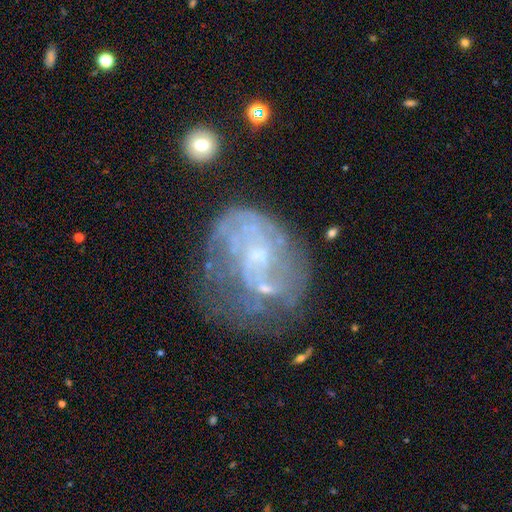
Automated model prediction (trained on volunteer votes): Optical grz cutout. It shows a featured or disk galaxy (70%) with no bar (73%), spiral arms (55%) and a small central bulge (52%). Merging: none (40%).